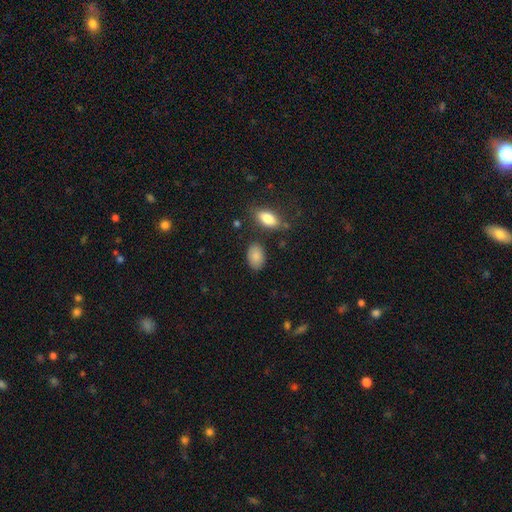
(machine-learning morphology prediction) Smooth or featured? Predicted: smooth (p=0.88). How rounded? Predicted: in between (p=0.88). Merging? Predicted: none (p=0.79).